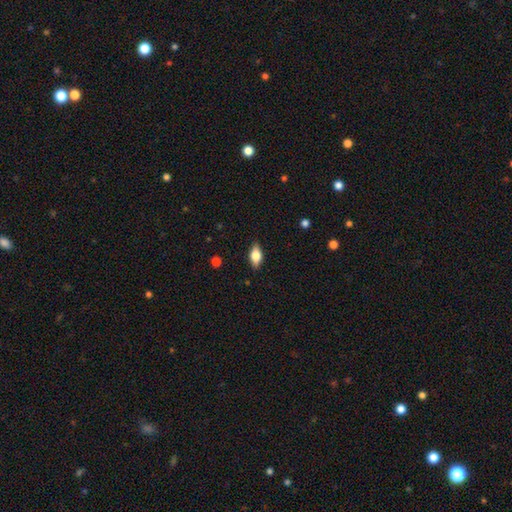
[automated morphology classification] type=smooth (67%); roundness=in between (84%); merging=none (86%).